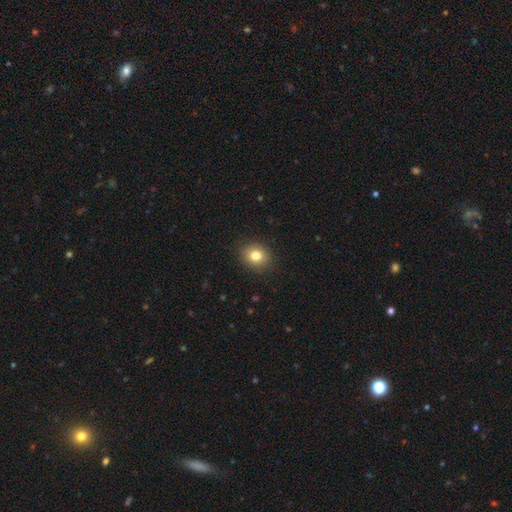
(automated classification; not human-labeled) This is clearly a smooth galaxy (81%). How rounded: likely round (66%). Merging: clearly none (89%).